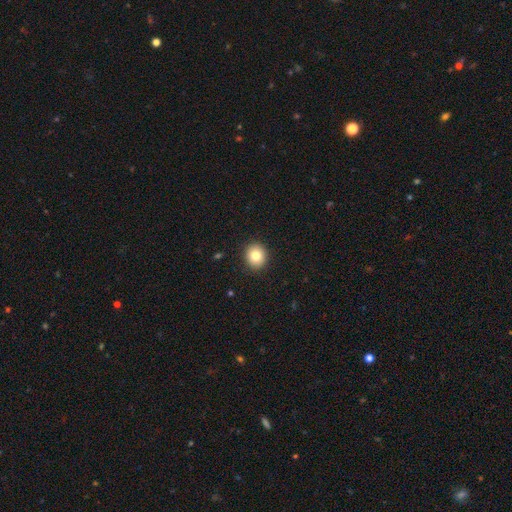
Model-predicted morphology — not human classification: Smooth or featured? smooth (82%)
How rounded? round (83%)
Merging? none (92%)